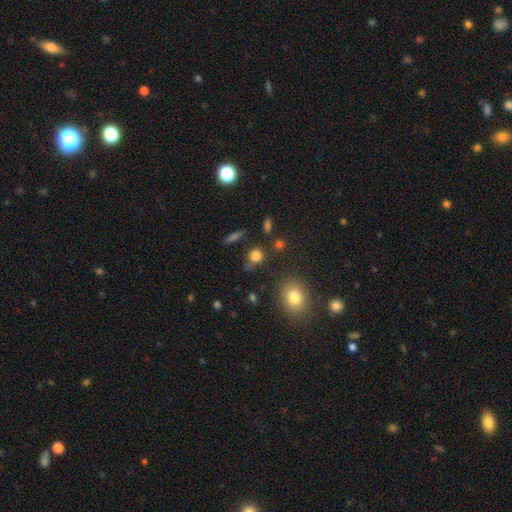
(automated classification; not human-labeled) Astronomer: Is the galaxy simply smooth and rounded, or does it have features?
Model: smooth — 77%.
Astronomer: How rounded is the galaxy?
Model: round — 74%.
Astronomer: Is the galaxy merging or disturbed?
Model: none — 62%.